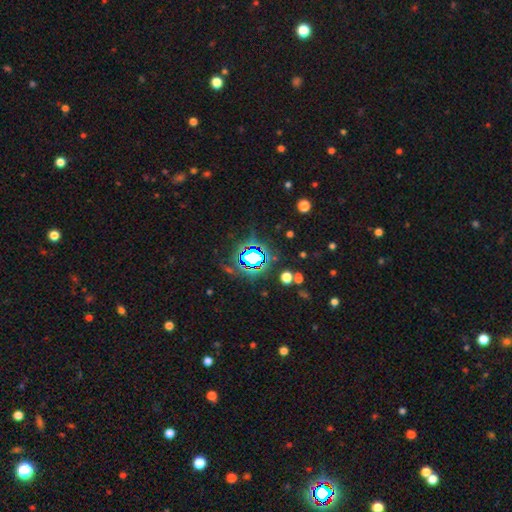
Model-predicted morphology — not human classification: The model was most divided on "smooth or featured": star or artifact: 70%, smooth: 18%, featured or disk: 12%.